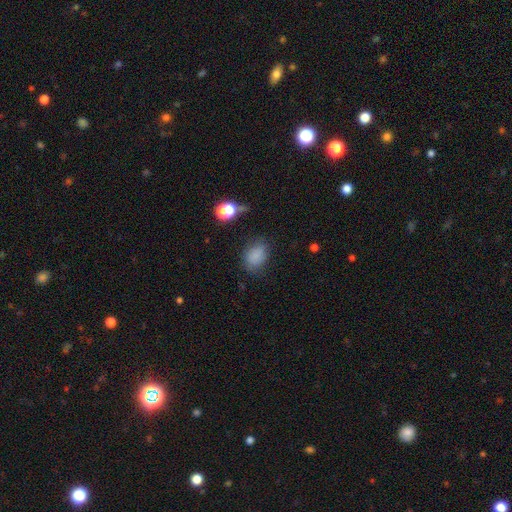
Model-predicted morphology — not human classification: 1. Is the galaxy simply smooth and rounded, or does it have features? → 81% smooth, 13% star or artifact, 7% featured or disk.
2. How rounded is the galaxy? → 70% in between, 29% round, 1% cigar-shaped.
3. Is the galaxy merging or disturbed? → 69% none, 20% minor disturbance, 8% major disturbance, 3% merger.